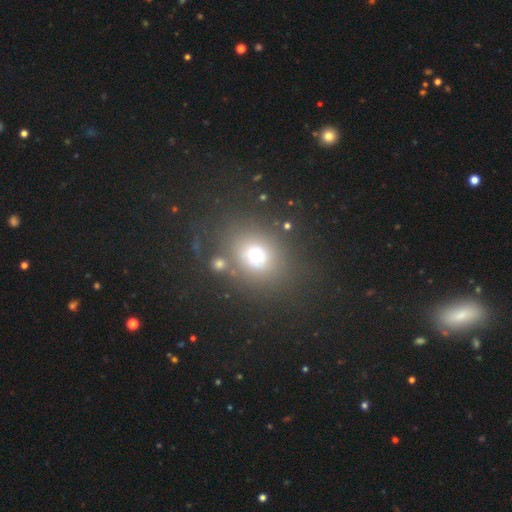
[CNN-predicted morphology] smooth 67%, star or artifact 19%, featured or disk 14%. Down the decision tree: how rounded — round (72%); merging — none (70%).